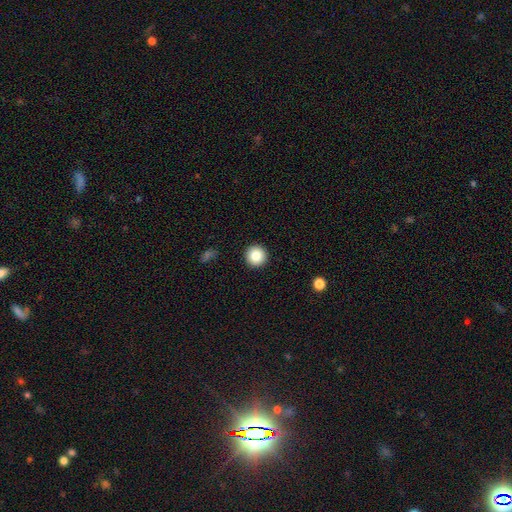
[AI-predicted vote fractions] Smooth or featured: smooth — 85% (star or artifact — 9%)
How rounded: round — 96% (in between — 3%)
Merging: none — 93% (minor disturbance — 4%)